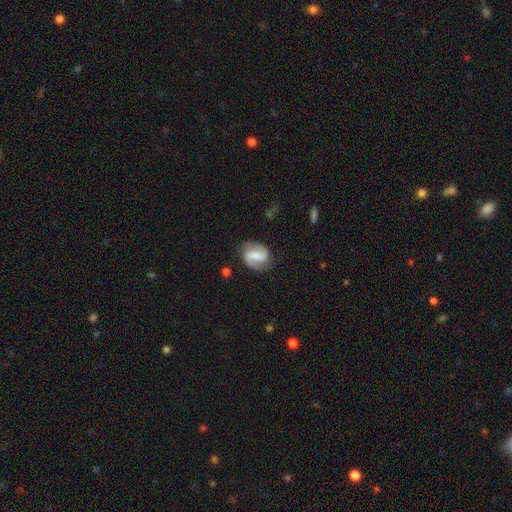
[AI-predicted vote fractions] smooth-or-featured: featured or disk: 75% | smooth: 19% | star or artifact: 6%
  disk-edge-on: no: 97% | yes: 3%
    bar: weak: 44% | strong: 36% | no: 21%
    has-spiral-arms: yes: 93% | no: 7%
      spiral-winding: medium: 44% | loose: 34% | tight: 22%
      spiral-arm-count: 2: 90% | can't tell: 4% | 1: 3% | 3: 1% | 4: 1% | more than 4: 1%
    bulge-size: small: 42% | moderate: 41% | none: 10% | large: 5% | dominant: 1%
  merging: none: 80% | minor disturbance: 14% | major disturbance: 5% | merger: 1%